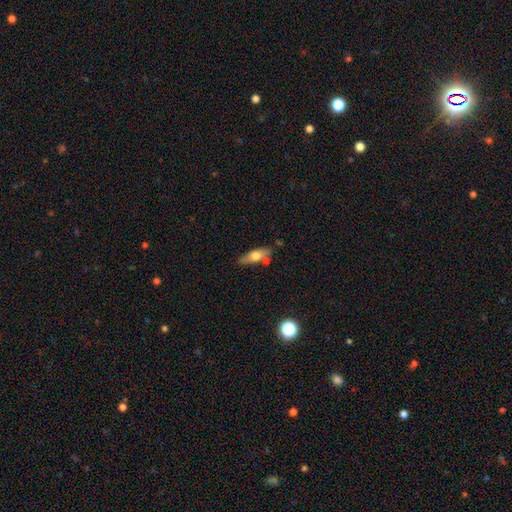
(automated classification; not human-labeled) This appears to be a smooth galaxy with no disk features (53%) that is in between round and cigar-shaped (51%). Merging: none (70%).